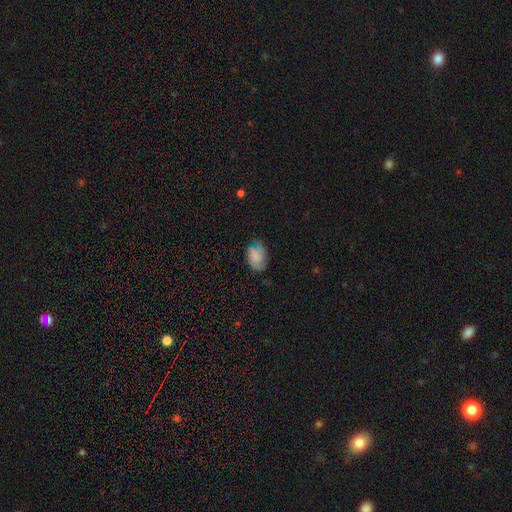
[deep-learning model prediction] A smooth galaxy with no disk features (61%) that is in between round and cigar-shaped (88%). Merging: none (58%).